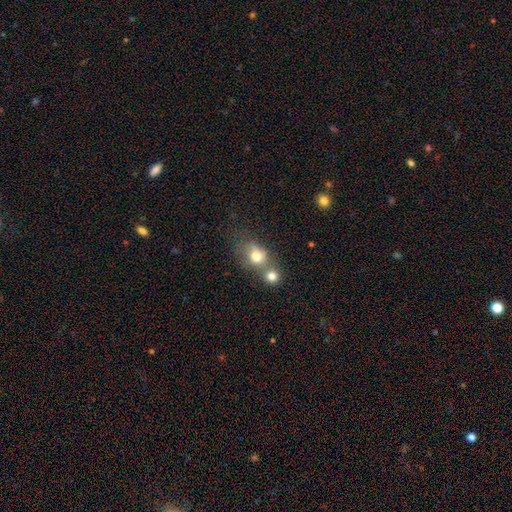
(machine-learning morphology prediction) type=smooth (73%); roundness=round (58%); merging=merger (55%).